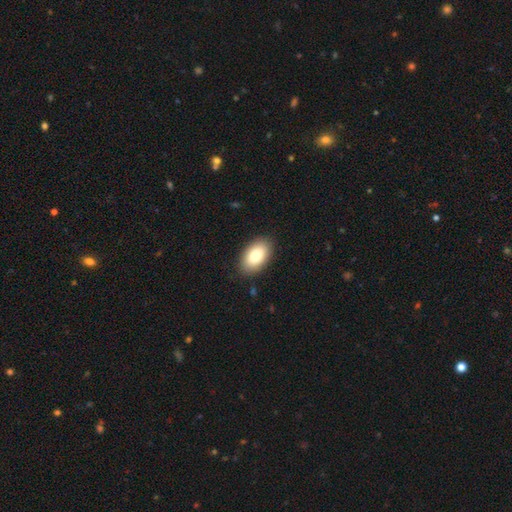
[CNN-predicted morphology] Smooth or featured?
  - smooth: 83% *
  - featured or disk: 10%
  - star or artifact: 7%
How rounded?
  - in between: 94% *
  - round: 5%
  - cigar-shaped: 1%
Merging?
  - none: 88% *
  - minor disturbance: 9%
  - major disturbance: 2%
  - merger: 1%